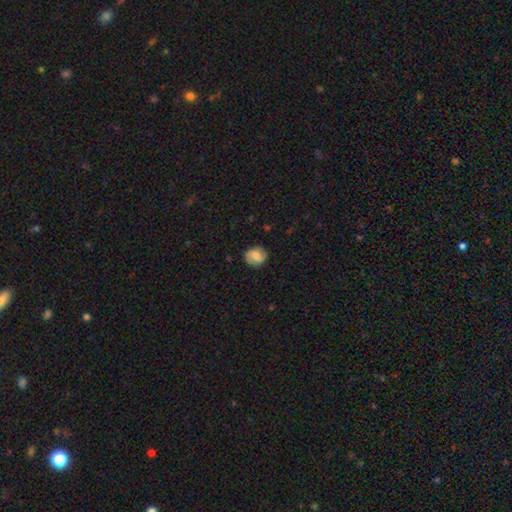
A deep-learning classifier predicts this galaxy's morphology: A smooth galaxy with no disk features (63%) that is round (70%).

Vote fractions:
- Smooth or featured? smooth: 63% / featured or disk: 29% / star or artifact: 8%
- How rounded? round: 70% / in between: 29% / cigar-shaped: 1%
- Merging? none: 81% / minor disturbance: 13% / major disturbance: 4% / merger: 1%